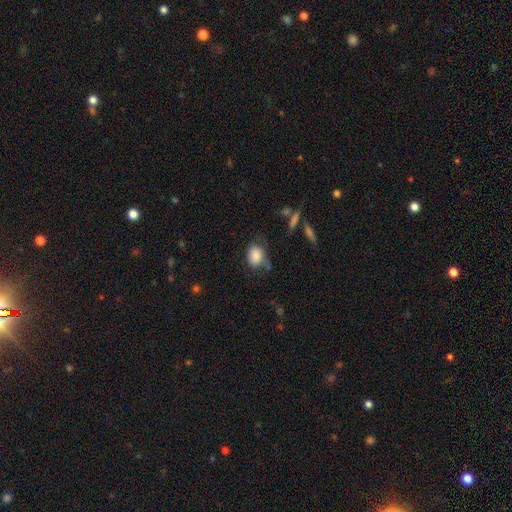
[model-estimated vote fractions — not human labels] smooth 83%, featured or disk 8%, star or artifact 8%. Down the decision tree: how rounded — in between (69%); merging — none (52%).